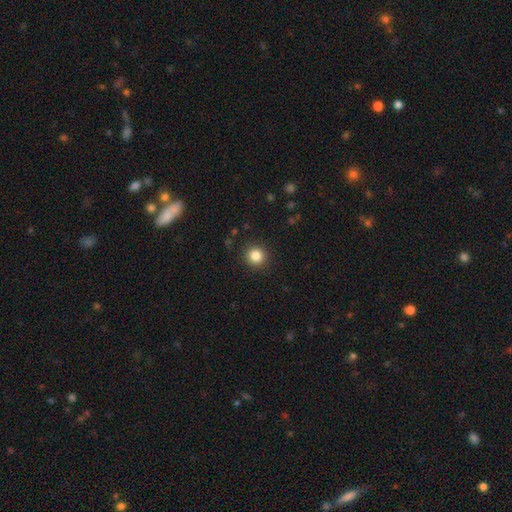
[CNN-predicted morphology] This appears to be a smooth galaxy with no disk features (84%) that is round (93%). Merging: none (91%).